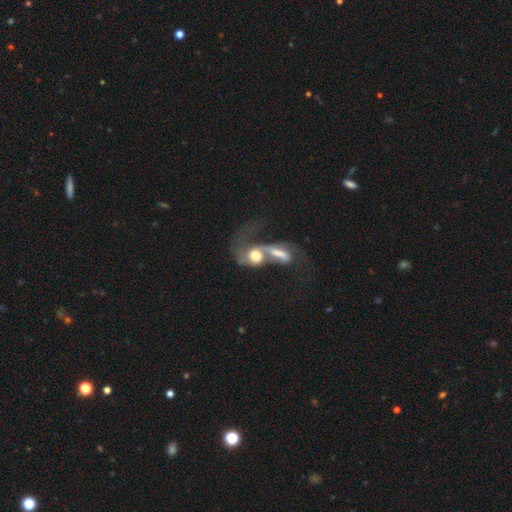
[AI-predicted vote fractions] featured or disk 53%, smooth 39%, star or artifact 8%. Down the decision tree: edge-on disk — no (92%); merging — merger (77%).